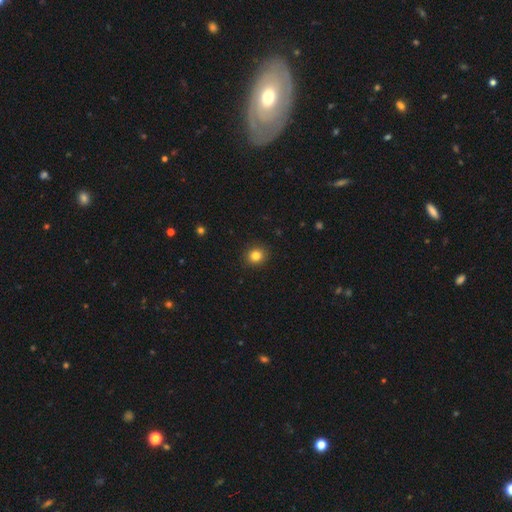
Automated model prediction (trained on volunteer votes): smooth 83%, star or artifact 11%, featured or disk 6%. Down the decision tree: how rounded — round (84%); merging — none (91%).